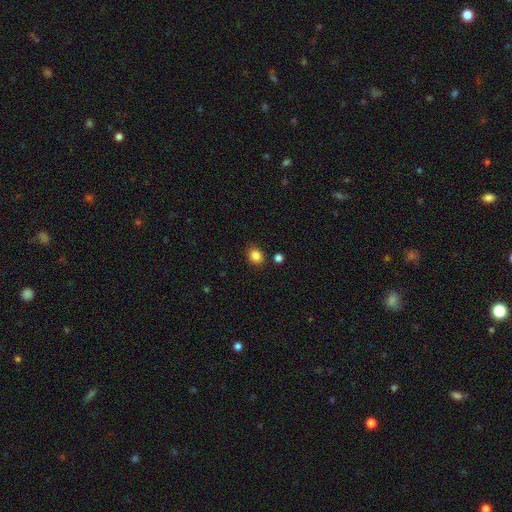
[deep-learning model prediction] Smooth or featured: smooth — 85% (star or artifact — 11%)
How rounded: round — 65% (in between — 34%)
Merging: none — 84% (minor disturbance — 10%)